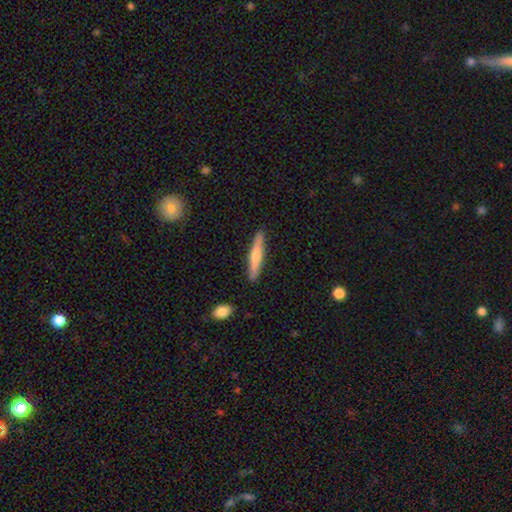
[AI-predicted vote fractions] This appears to be a featured or disk galaxy (51%) viewed edge-on (96%). Merging: none (90%).